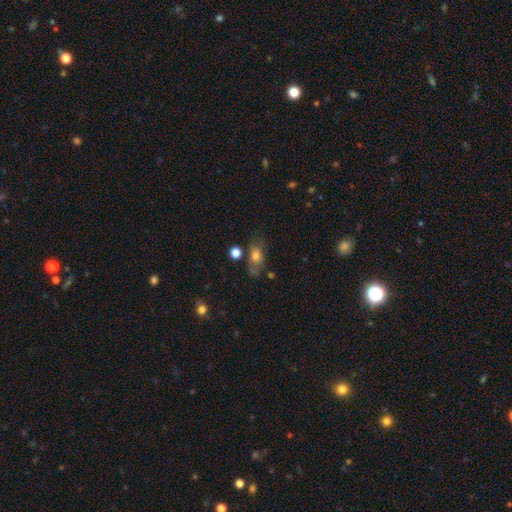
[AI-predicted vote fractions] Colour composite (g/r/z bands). It shows a smooth galaxy with no disk features (64%) that is in between round and cigar-shaped (74%). Merging: none (59%).